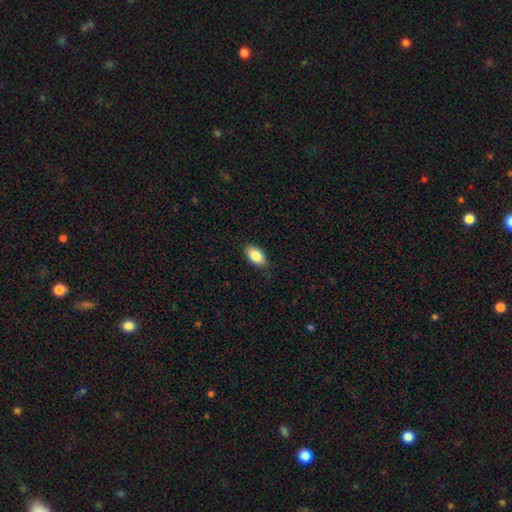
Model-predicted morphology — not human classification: Overall: smooth (84%). How rounded: in between (92%). Merging: none (82%).